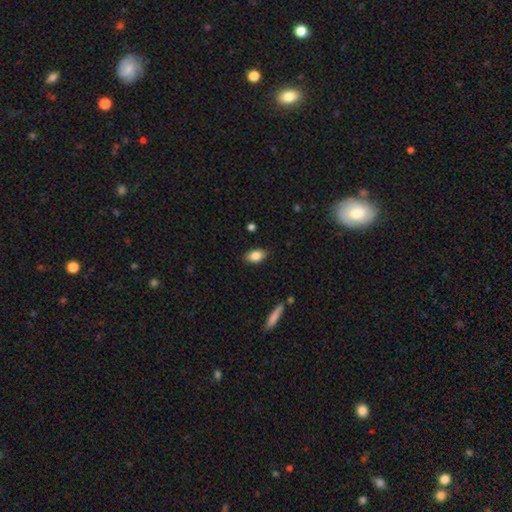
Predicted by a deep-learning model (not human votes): A smooth galaxy with no disk features (85%) that is in between round and cigar-shaped (90%). Merging: none (86%).